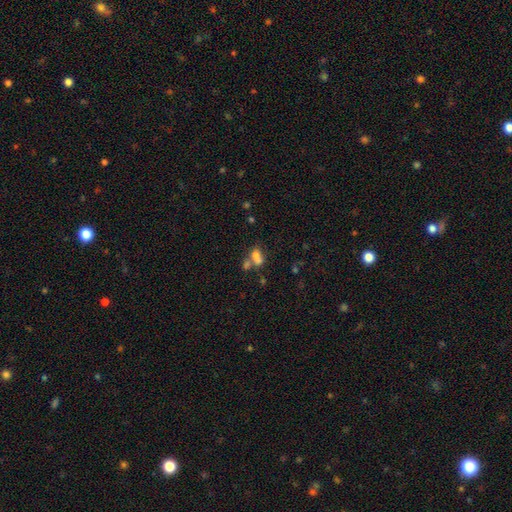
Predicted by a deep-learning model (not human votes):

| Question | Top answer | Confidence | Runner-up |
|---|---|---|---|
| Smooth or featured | smooth | 66% | featured or disk (20%) |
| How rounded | in between | 68% | round (29%) |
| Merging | merger | 58% | none (26%) |